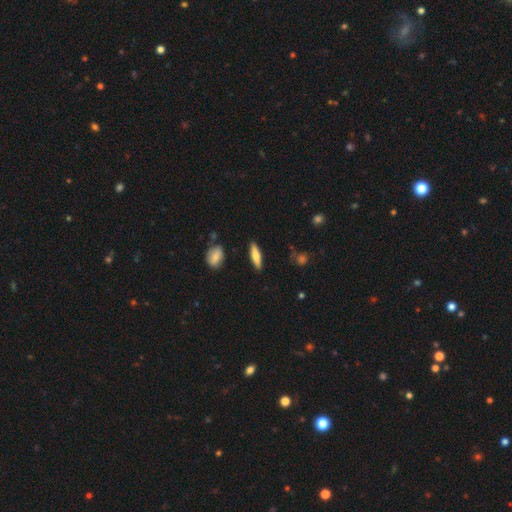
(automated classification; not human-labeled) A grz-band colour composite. It shows a smooth galaxy with no disk features (64%) that is cigar-shaped (65%). Merging: none (87%).